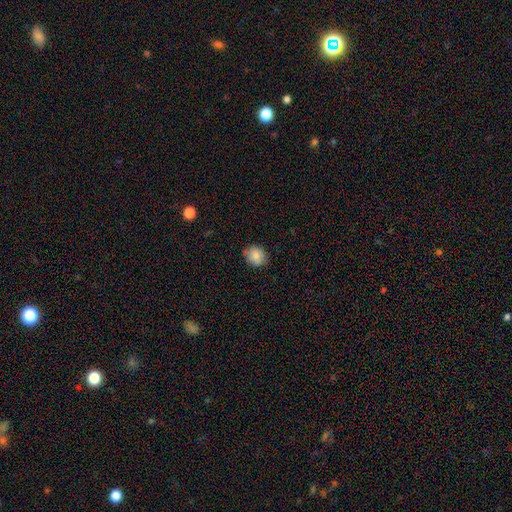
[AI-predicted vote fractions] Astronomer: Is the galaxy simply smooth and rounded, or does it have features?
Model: smooth — 84%.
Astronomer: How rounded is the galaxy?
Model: round — 66%.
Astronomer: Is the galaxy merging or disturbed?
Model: none — 81%.